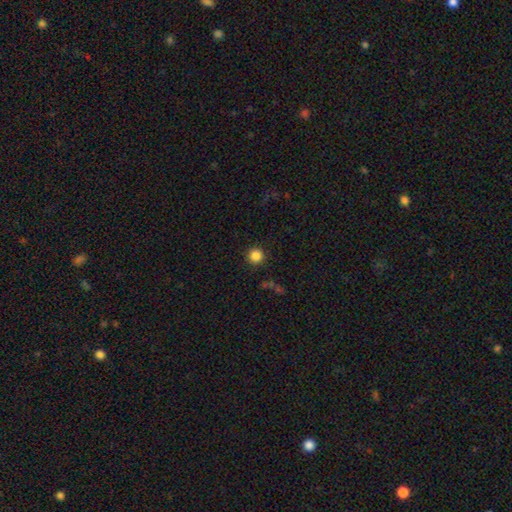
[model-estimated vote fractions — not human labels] Smooth or featured: smooth — 85% (star or artifact — 11%)
How rounded: round — 96% (in between — 3%)
Merging: none — 91% (minor disturbance — 5%)